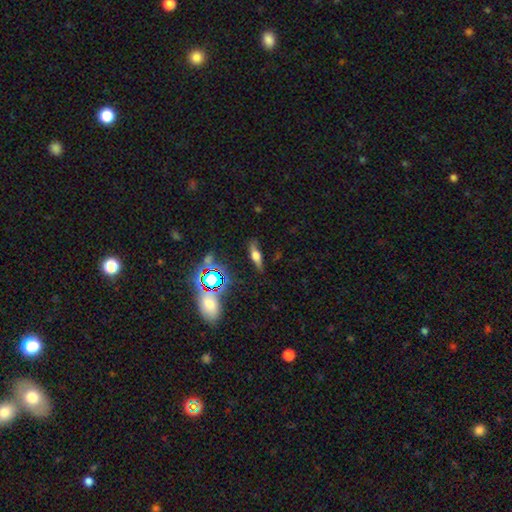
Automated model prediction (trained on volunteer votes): Smooth or featured?
  - featured or disk: 44% *
  - smooth: 39%
  - star or artifact: 17%
Merging?
  - none: 79% *
  - minor disturbance: 15%
  - major disturbance: 4%
  - merger: 2%